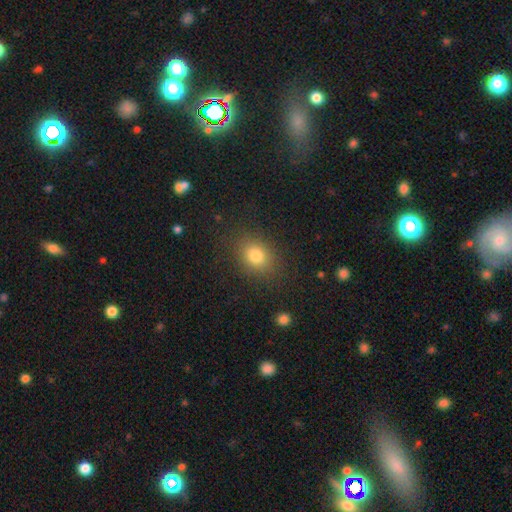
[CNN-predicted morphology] type=smooth (80%); roundness=in between (54%); merging=none (83%).